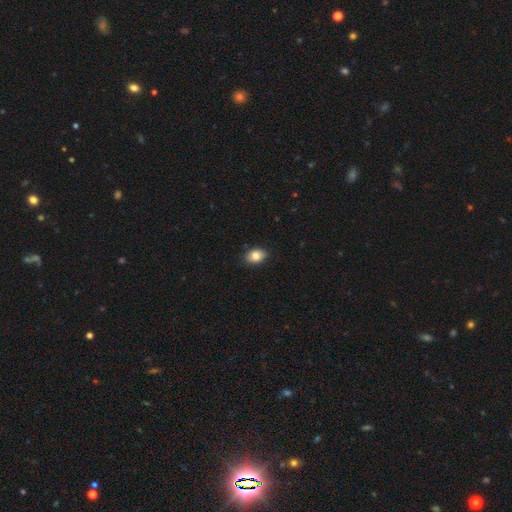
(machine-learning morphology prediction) type=smooth (85%); roundness=in between (75%); merging=none (86%).